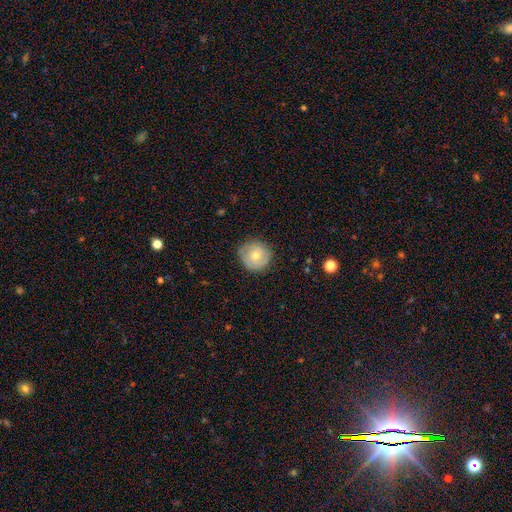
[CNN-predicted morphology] Smooth or featured? Predicted: smooth (p=0.51). How rounded? Predicted: round (p=0.93). Merging? Predicted: none (p=0.82).